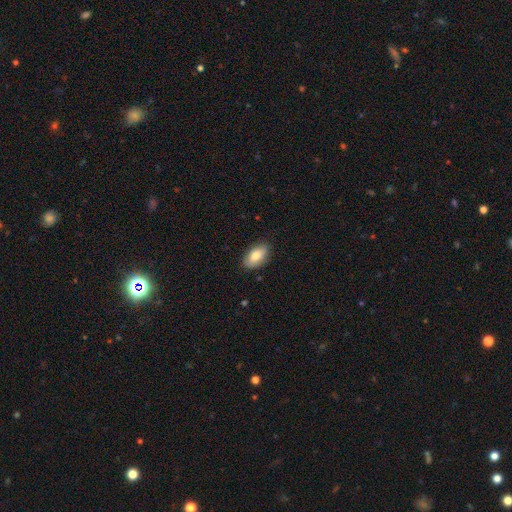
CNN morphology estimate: Smooth or featured: smooth — 80% (featured or disk — 14%)
How rounded: in between — 92% (cigar-shaped — 4%)
Merging: none — 85% (minor disturbance — 12%)